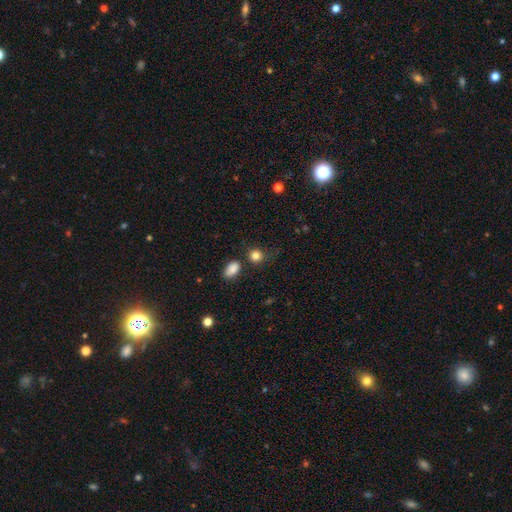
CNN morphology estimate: Smooth or featured? Predicted: smooth (p=0.84). How rounded? Predicted: round (p=0.78). Merging? Predicted: none (p=0.70).